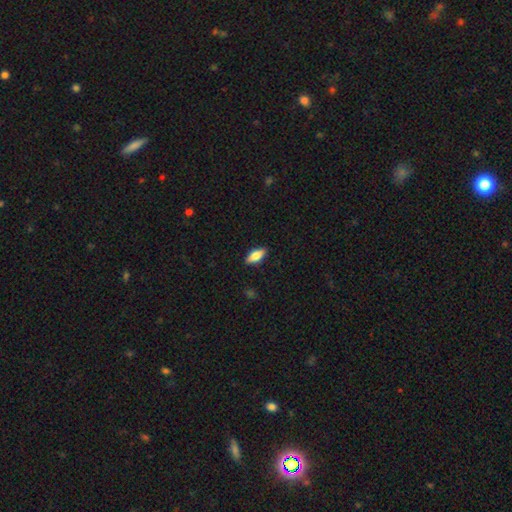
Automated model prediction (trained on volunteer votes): This is likely a smooth galaxy (74%). How rounded: clearly in between (81%). Merging: clearly none (89%).